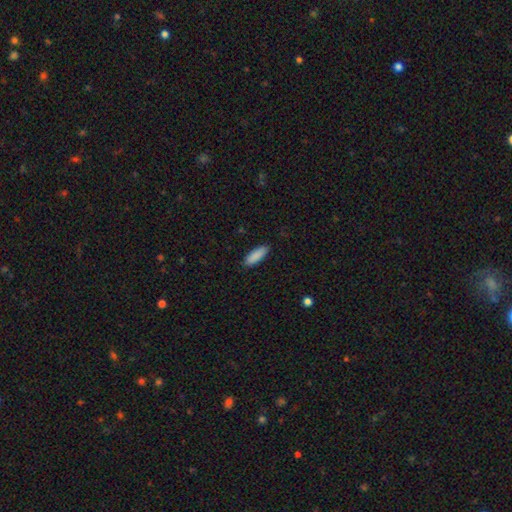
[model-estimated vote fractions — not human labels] smooth_or_featured: smooth (p=0.89) [alt: star or artifact p=0.06]
how_rounded: in between (p=0.58) [alt: cigar-shaped p=0.40]
merging: none (p=0.88) [alt: minor disturbance p=0.09]